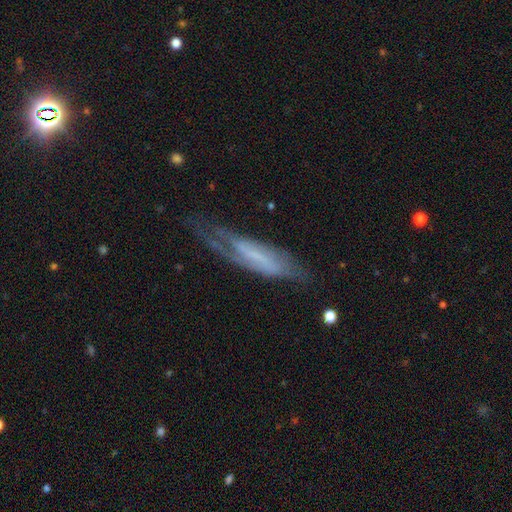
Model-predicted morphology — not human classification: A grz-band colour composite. It shows a featured or disk galaxy (68%). Merging: none (52%).